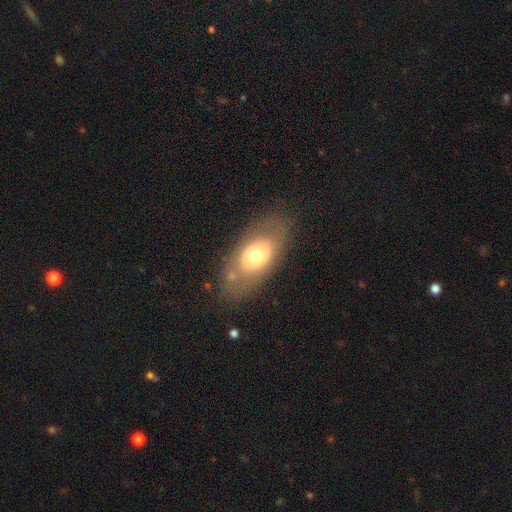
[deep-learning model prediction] A smooth galaxy with no disk features (51%) that is in between round and cigar-shaped (87%). Merging: none (75%).